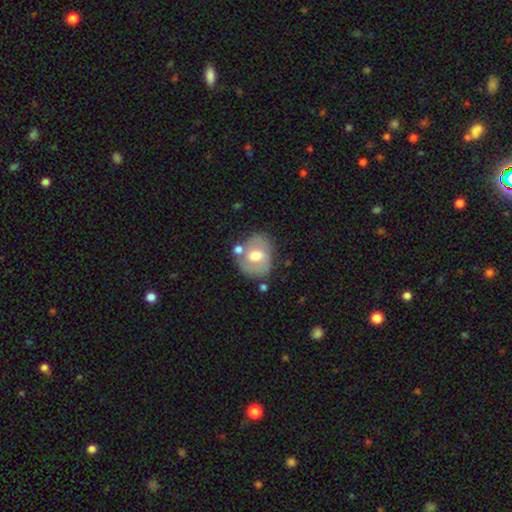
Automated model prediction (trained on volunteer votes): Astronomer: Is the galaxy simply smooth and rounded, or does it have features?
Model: featured or disk — 49% (runner-up: smooth, 45%).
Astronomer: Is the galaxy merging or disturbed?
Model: none — 62%.